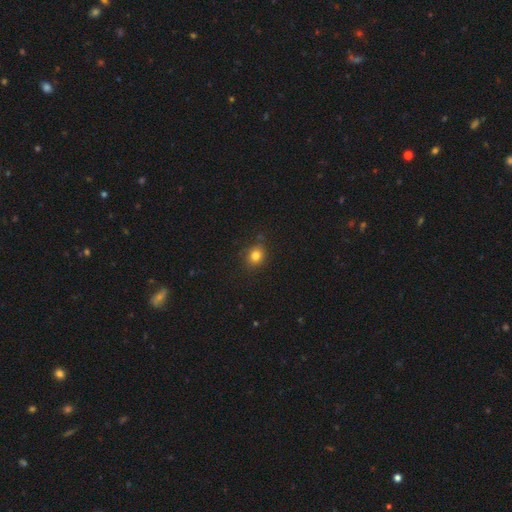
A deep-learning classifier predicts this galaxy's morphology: Smooth or featured?
  - smooth: 81% *
  - star or artifact: 12%
  - featured or disk: 6%
How rounded?
  - round: 70% *
  - in between: 29%
  - cigar-shaped: 1%
Merging?
  - none: 82% *
  - minor disturbance: 13%
  - major disturbance: 3%
  - merger: 2%